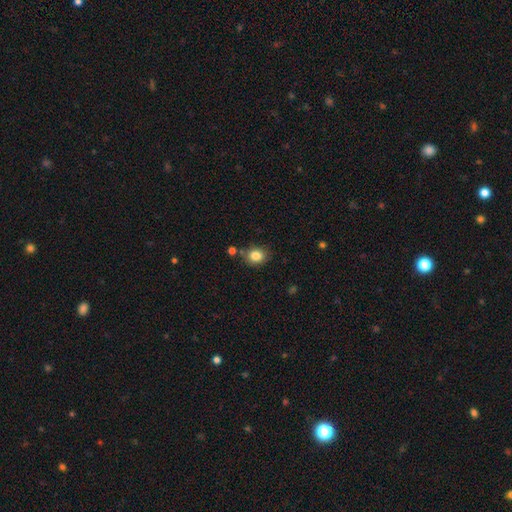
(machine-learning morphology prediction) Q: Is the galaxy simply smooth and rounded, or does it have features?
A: smooth — 84%.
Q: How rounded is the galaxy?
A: round — 57%.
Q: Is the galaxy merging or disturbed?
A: none — 75%.